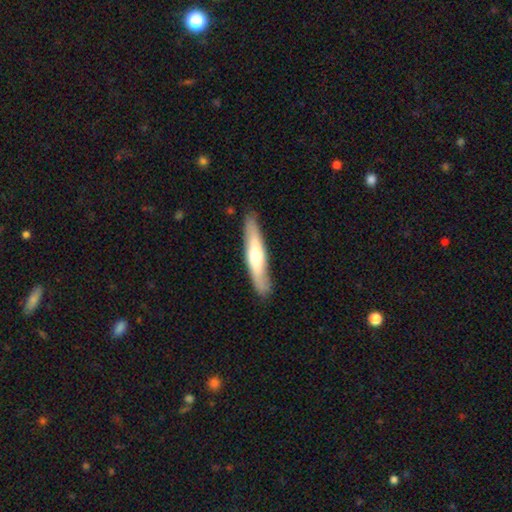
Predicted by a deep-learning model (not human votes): Overall: smooth (51%; featured or disk 44%). How rounded: cigar-shaped (87%). Merging: none (87%).